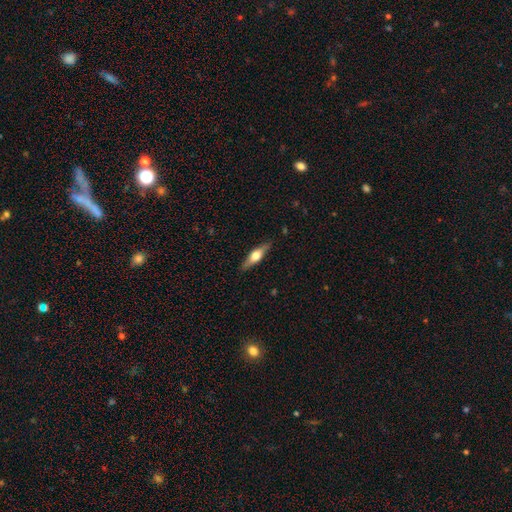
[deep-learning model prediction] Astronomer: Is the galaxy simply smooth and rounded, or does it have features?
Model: featured or disk — 55% (runner-up: smooth, 39%).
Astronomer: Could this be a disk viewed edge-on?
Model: yes — 93%.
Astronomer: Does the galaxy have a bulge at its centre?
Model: rounded — 93%.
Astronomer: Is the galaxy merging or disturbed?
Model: none — 87%.